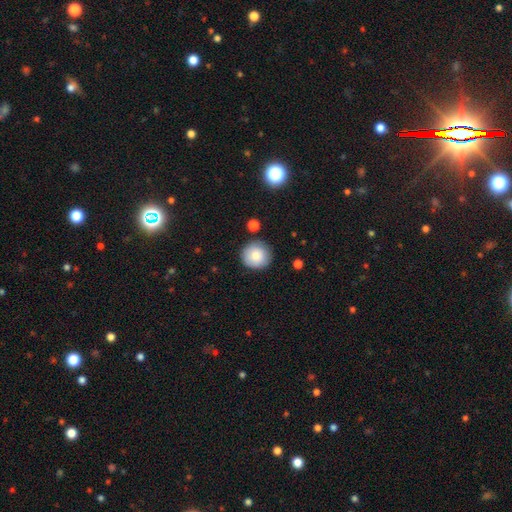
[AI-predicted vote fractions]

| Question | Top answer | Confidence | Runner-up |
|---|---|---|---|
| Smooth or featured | smooth | 80% | featured or disk (12%) |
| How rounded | round | 94% | in between (5%) |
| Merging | none | 86% | minor disturbance (10%) |